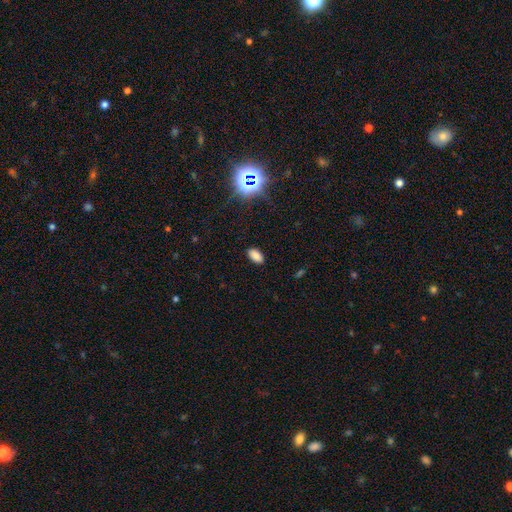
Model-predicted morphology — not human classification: smooth-or-featured: smooth: 82% | star or artifact: 14% | featured or disk: 4%
  how-rounded: in between: 93% | round: 4% | cigar-shaped: 3%
  merging: none: 88% | minor disturbance: 9% | major disturbance: 2% | merger: 1%